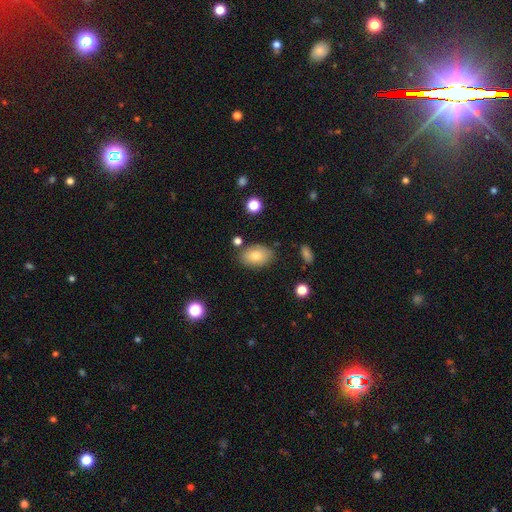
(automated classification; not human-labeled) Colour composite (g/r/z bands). It shows a smooth galaxy with no disk features (78%) that is in between round and cigar-shaped (88%). Merging: none (81%).